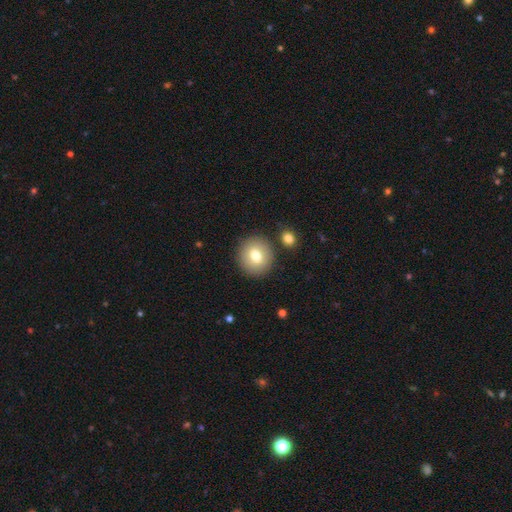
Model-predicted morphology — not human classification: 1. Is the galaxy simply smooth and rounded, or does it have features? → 75% smooth, 16% featured or disk, 9% star or artifact.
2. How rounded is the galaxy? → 88% round, 11% in between, 1% cigar-shaped.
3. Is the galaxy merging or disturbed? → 85% none, 7% minor disturbance, 5% merger, 2% major disturbance.